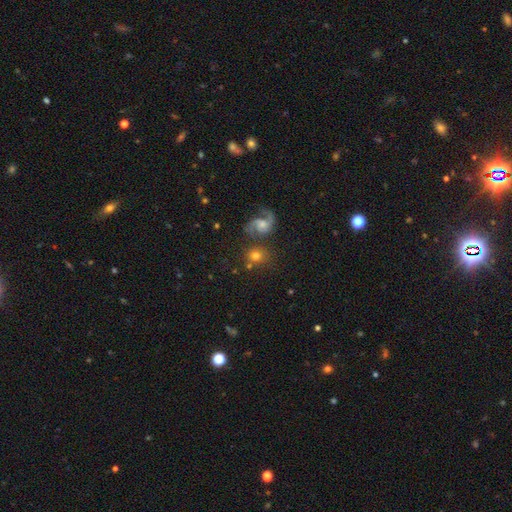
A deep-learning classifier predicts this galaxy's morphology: A smooth galaxy with no disk features (59%) that is round (84%). Merging: none (67%).